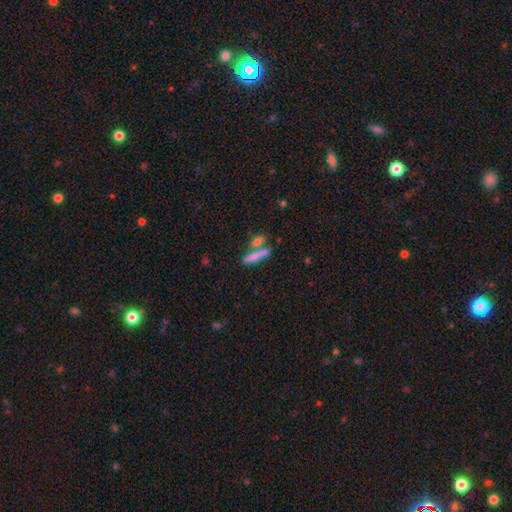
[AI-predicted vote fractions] Morphology: type=smooth (67%); roundness=cigar-shaped (75%); merging=none (50%).